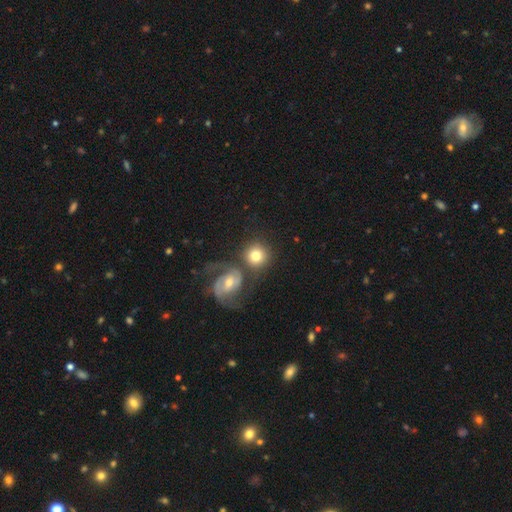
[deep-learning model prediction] Overall: smooth (67%). How rounded: round (88%). Merging: none (53%; merger 30%).